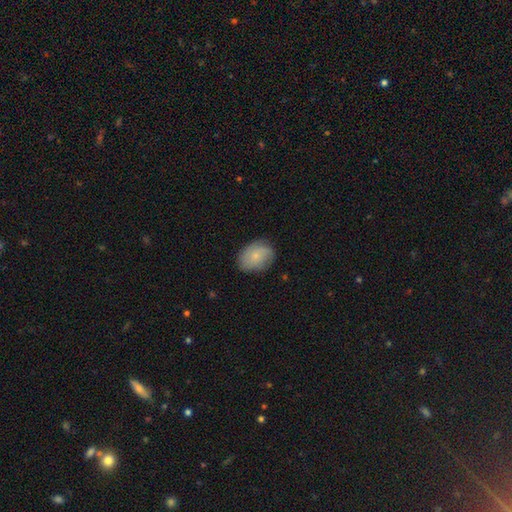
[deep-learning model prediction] Smooth or featured: smooth — 71% (featured or disk — 22%)
How rounded: in between — 70% (round — 29%)
Merging: none — 75% (minor disturbance — 19%)